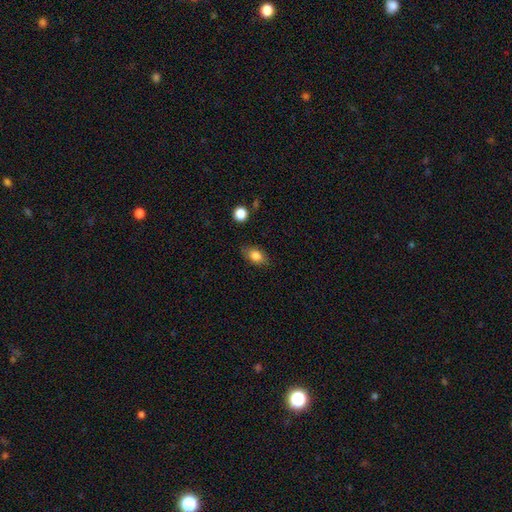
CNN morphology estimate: Overall: smooth (82%). How rounded: in between (83%). Merging: none (81%).